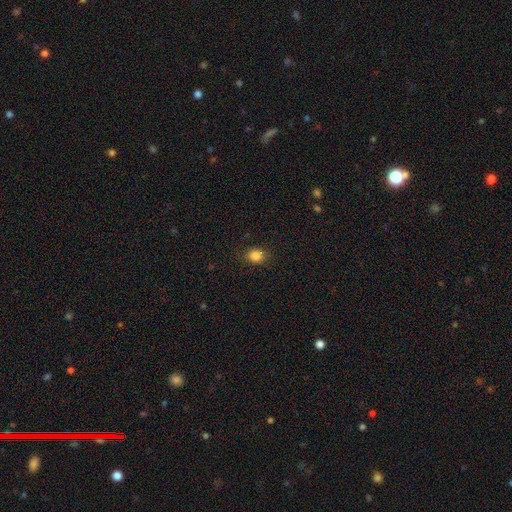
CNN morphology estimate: type=smooth (85%); roundness=round (64%); merging=none (87%).